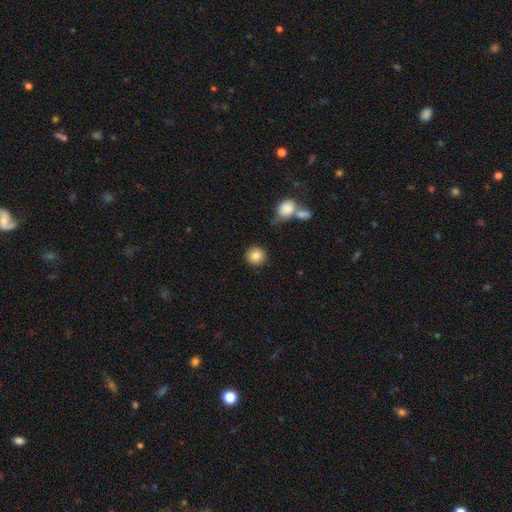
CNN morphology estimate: This is clearly a smooth galaxy (85%). How rounded: clearly round (91%). Merging: clearly none (85%).